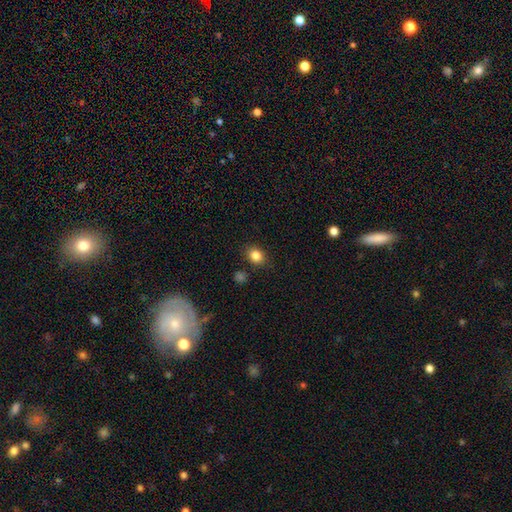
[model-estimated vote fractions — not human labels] Smooth or featured?
  - smooth: 84% *
  - star or artifact: 11%
  - featured or disk: 5%
How rounded?
  - round: 56% *
  - in between: 43%
  - cigar-shaped: 1%
Merging?
  - none: 85% *
  - minor disturbance: 10%
  - merger: 3%
  - major disturbance: 3%